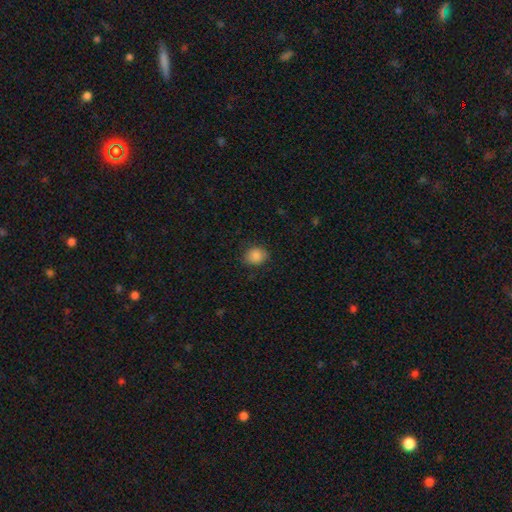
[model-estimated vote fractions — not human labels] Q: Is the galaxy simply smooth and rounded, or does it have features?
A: smooth — 87%.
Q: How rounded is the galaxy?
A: round — 56%.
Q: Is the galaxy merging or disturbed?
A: none — 83%.